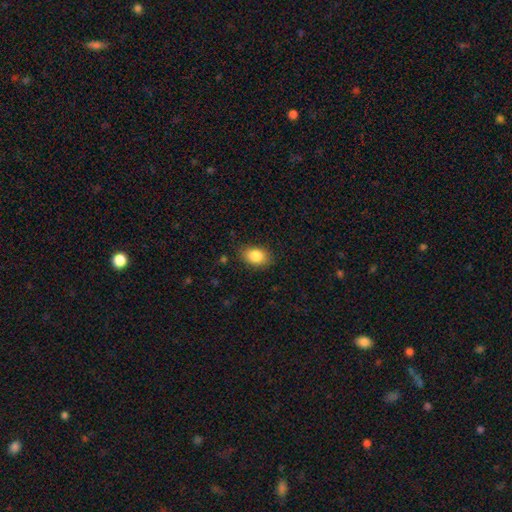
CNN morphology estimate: Overall: smooth (86%). How rounded: in between (81%). Merging: none (82%).